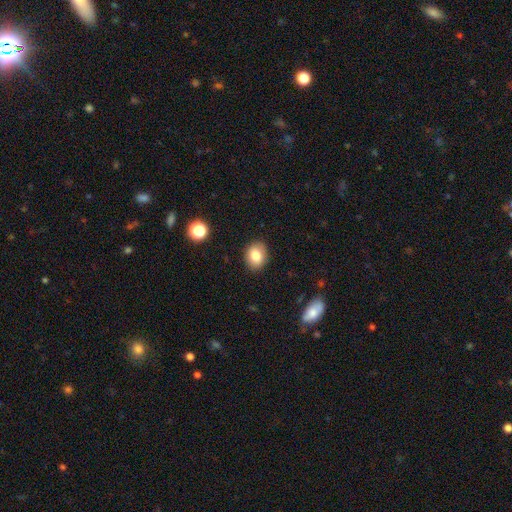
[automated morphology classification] Smooth or featured? Predicted: smooth (p=0.81). How rounded? Predicted: round (p=0.50). Merging? Predicted: none (p=0.88).